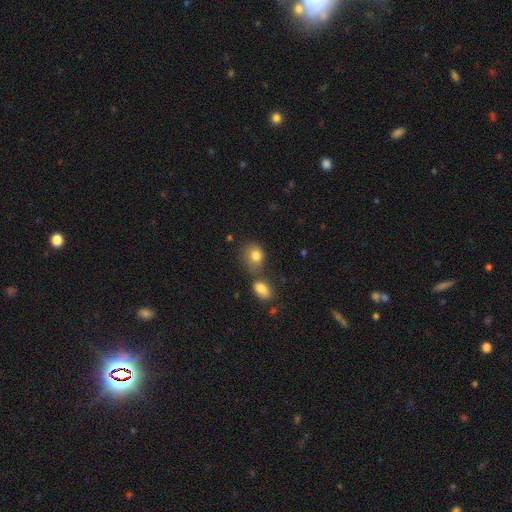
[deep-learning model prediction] smooth-or-featured: smooth: 81% | star or artifact: 10% | featured or disk: 9%
  how-rounded: round: 55% | in between: 44% | cigar-shaped: 1%
  merging: none: 47% | merger: 30% | minor disturbance: 17% | major disturbance: 6%